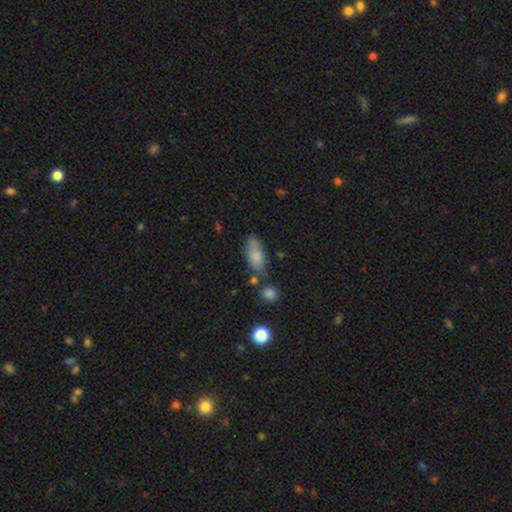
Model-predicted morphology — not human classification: Smooth or featured? smooth (80%)
How rounded? in between (84%)
Merging? none (57%)